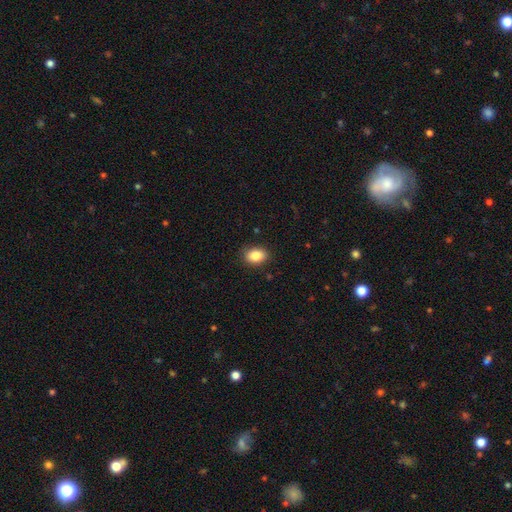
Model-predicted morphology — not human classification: Smooth or featured? smooth (86%)
How rounded? in between (75%)
Merging? none (88%)